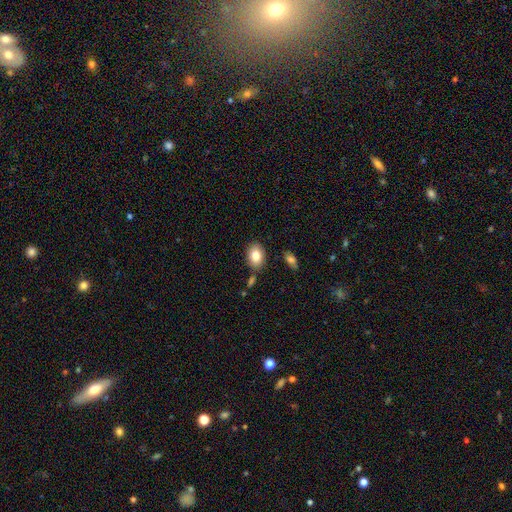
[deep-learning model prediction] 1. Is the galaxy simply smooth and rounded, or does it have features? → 82% smooth, 10% featured or disk, 8% star or artifact.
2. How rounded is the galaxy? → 77% in between, 22% round, 1% cigar-shaped.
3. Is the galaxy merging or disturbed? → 80% none, 12% minor disturbance, 6% merger, 3% major disturbance.